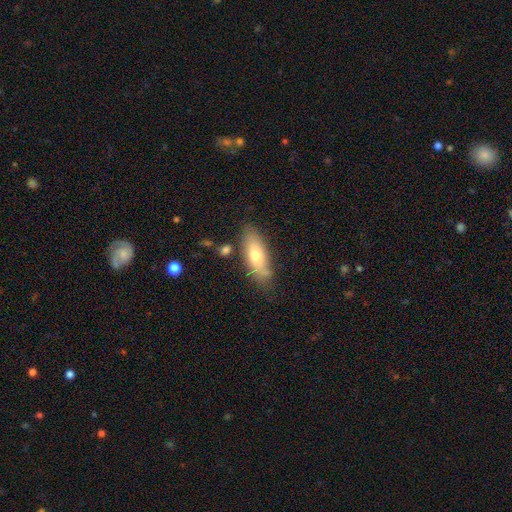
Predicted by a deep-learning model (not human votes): Smooth or featured: smooth — 66% (featured or disk — 27%)
How rounded: in between — 72% (cigar-shaped — 26%)
Merging: none — 73% (minor disturbance — 19%)